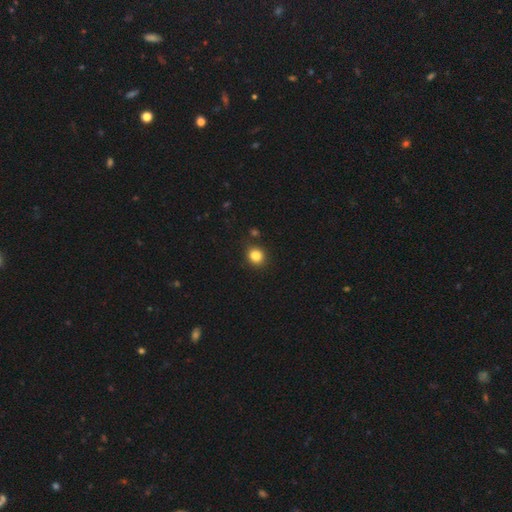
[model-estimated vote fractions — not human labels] The model was most divided on "how rounded": round: 78%, in between: 21%, cigar-shaped: 1%. More confident: merging — none (85%); smooth or featured — smooth (84%).